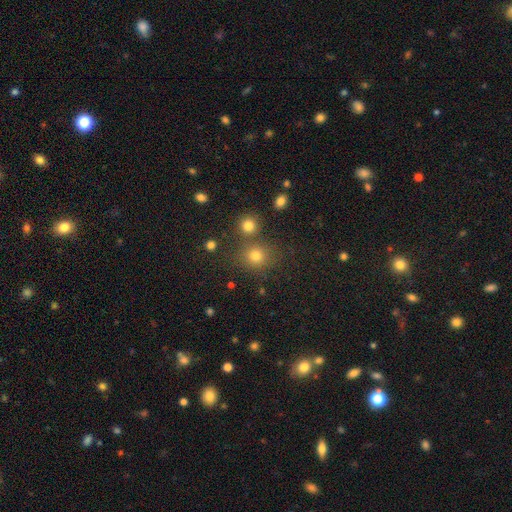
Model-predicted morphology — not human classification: This is likely a smooth galaxy (76%). How rounded: clearly round (85%). Merging: likely none (71%).